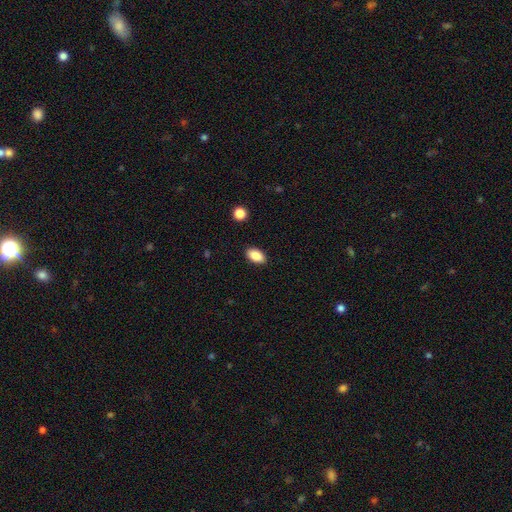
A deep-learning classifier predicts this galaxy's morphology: smooth 87%, star or artifact 8%, featured or disk 5%. Down the decision tree: how rounded — in between (92%); merging — none (89%).